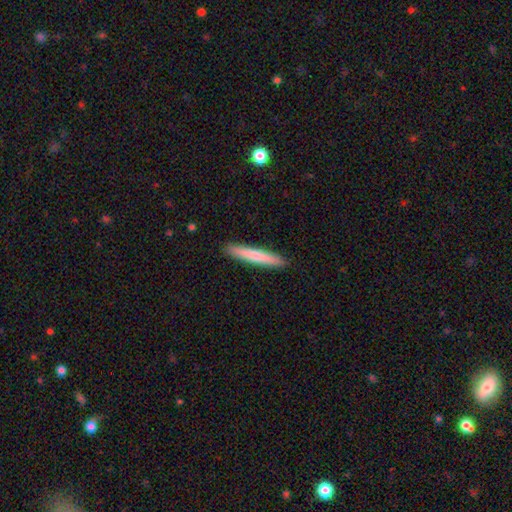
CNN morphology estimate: Smooth or featured: smooth — 70% (featured or disk — 25%)
How rounded: cigar-shaped — 95% (in between — 4%)
Merging: none — 92% (minor disturbance — 6%)